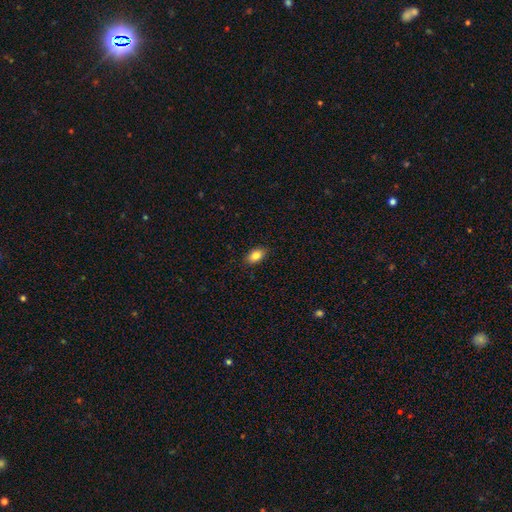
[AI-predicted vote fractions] This is clearly a smooth galaxy (84%). How rounded: clearly in between (88%). Merging: clearly none (87%).